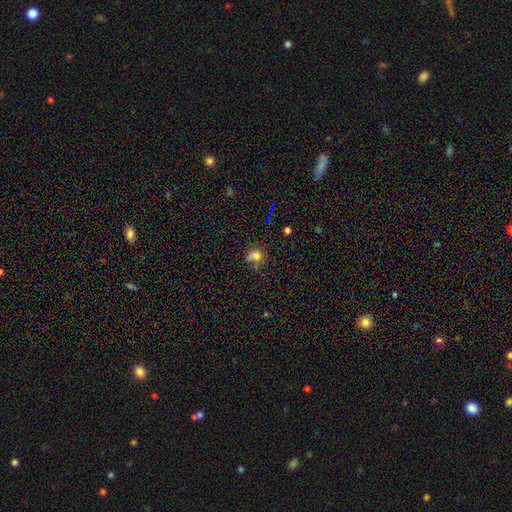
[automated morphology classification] A smooth galaxy with no disk features (70%) that is round (76%).

Vote fractions:
- Smooth or featured? smooth: 70% / star or artifact: 20% / featured or disk: 10%
- How rounded? round: 76% / in between: 23% / cigar-shaped: 1%
- Merging? none: 54% / minor disturbance: 21% / merger: 15% / major disturbance: 10%